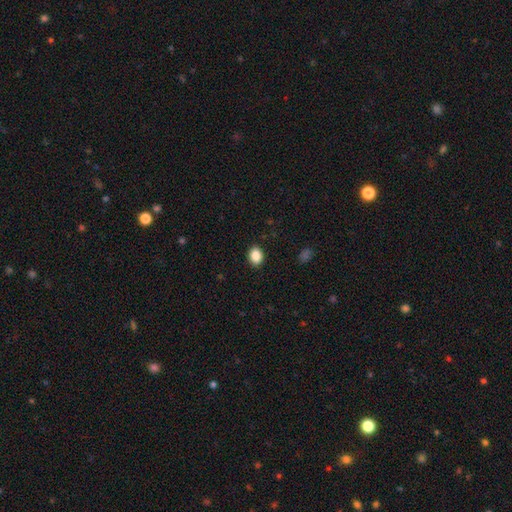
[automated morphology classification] Q: Smooth or featured?
A: smooth (88%); runner-up: star or artifact (9%)
Q: How rounded?
A: in between (59%); runner-up: round (40%)
Q: Merging?
A: none (90%); runner-up: minor disturbance (7%)